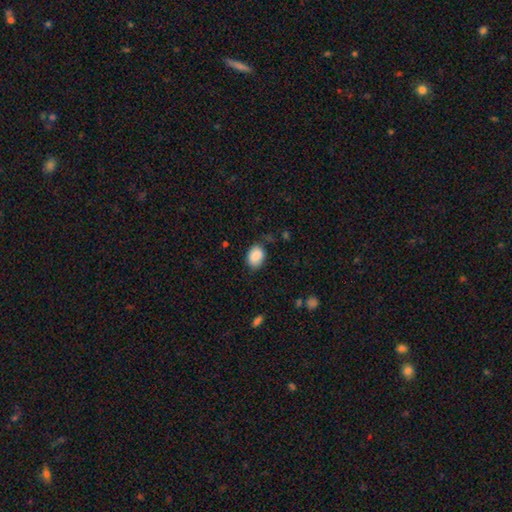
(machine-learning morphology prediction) Smooth or featured? smooth (88%)
How rounded? in between (71%)
Merging? none (75%)